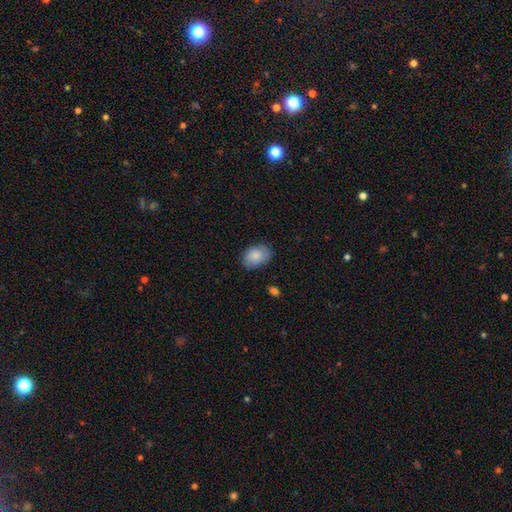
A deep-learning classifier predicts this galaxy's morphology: smooth_or_featured: smooth (p=0.85) [alt: featured or disk p=0.09]
how_rounded: in between (p=0.80) [alt: round p=0.19]
merging: none (p=0.80) [alt: minor disturbance p=0.15]